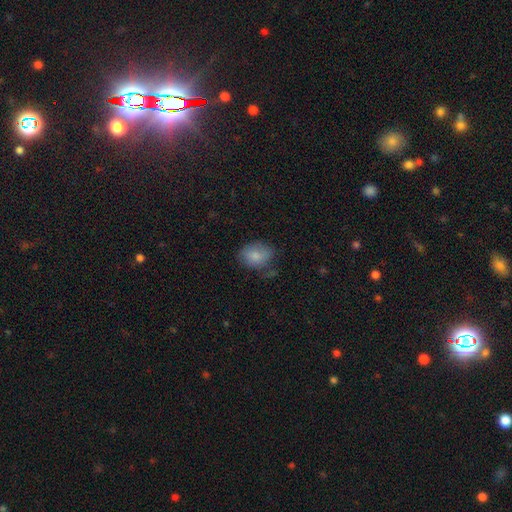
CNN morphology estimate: A smooth galaxy with no disk features (80%) that is in between round and cigar-shaped (62%).

Vote fractions:
- Smooth or featured? smooth: 80% / featured or disk: 12% / star or artifact: 8%
- How rounded? in between: 62% / round: 37% / cigar-shaped: 1%
- Merging? none: 55% / minor disturbance: 30% / major disturbance: 12% / merger: 3%